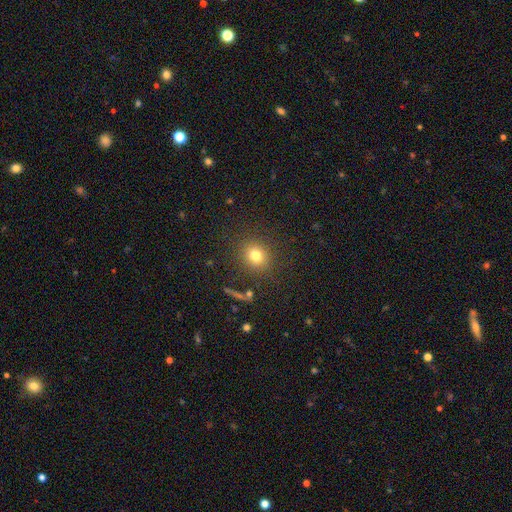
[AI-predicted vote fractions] Smooth or featured? Predicted: smooth (p=0.78). How rounded? Predicted: round (p=0.76). Merging? Predicted: none (p=0.86).